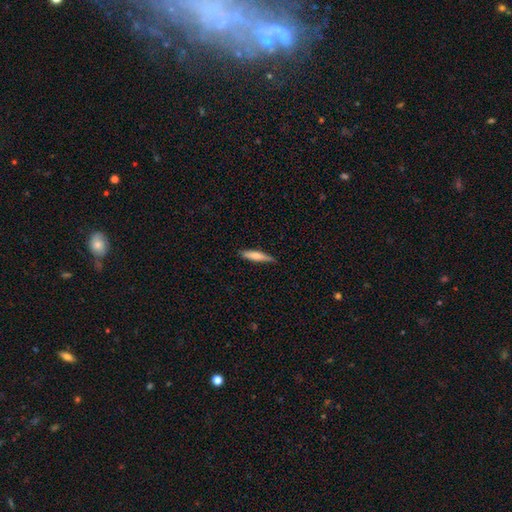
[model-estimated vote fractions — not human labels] A smooth galaxy with no disk features (70%) that is cigar-shaped (85%).

Vote fractions:
- Smooth or featured? smooth: 70% / featured or disk: 24% / star or artifact: 6%
- How rounded? cigar-shaped: 85% / in between: 14% / round: 1%
- Merging? none: 82% / minor disturbance: 14% / major disturbance: 2% / merger: 1%